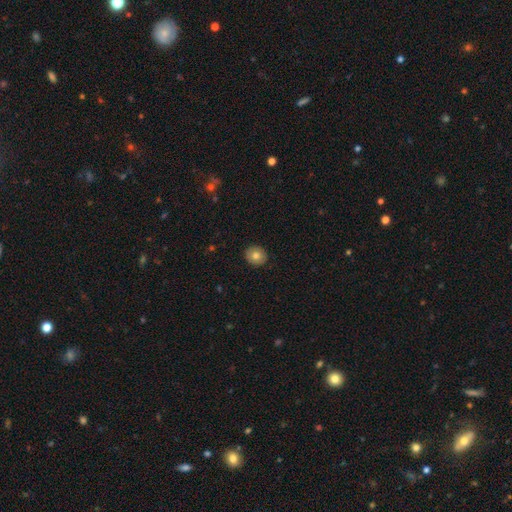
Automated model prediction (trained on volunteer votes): Smooth or featured? Predicted: smooth (p=0.77). How rounded? Predicted: round (p=0.81). Merging? Predicted: none (p=0.91).